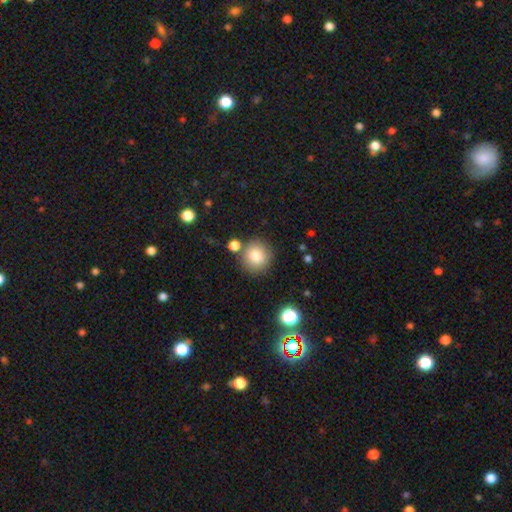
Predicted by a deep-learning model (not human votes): Smooth or featured? Predicted: smooth (p=0.80). How rounded? Predicted: round (p=0.92). Merging? Predicted: none (p=0.80).